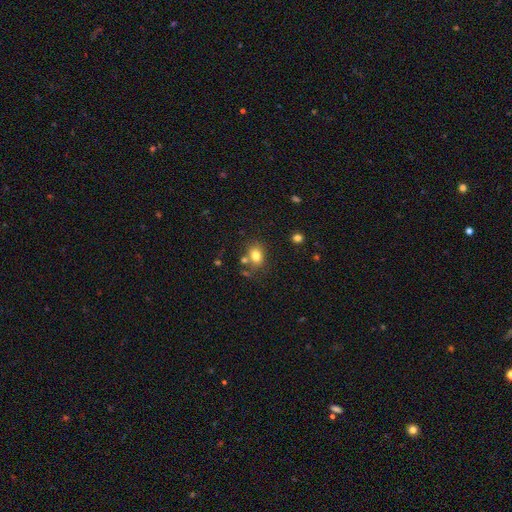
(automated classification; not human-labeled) smooth-or-featured: smooth: 79% | star or artifact: 12% | featured or disk: 10%
  how-rounded: in between: 57% | round: 42% | cigar-shaped: 1%
  merging: none: 66% | minor disturbance: 15% | merger: 14% | major disturbance: 5%